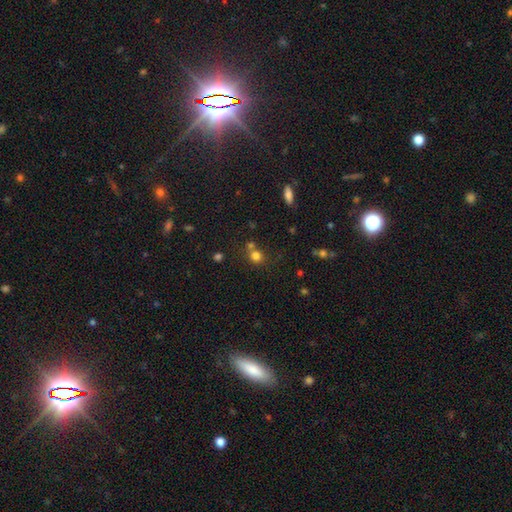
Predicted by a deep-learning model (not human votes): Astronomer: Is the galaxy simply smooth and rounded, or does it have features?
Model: smooth — 76%.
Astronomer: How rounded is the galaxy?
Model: round — 84%.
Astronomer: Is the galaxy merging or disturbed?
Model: none — 56% (runner-up: merger, 31%).